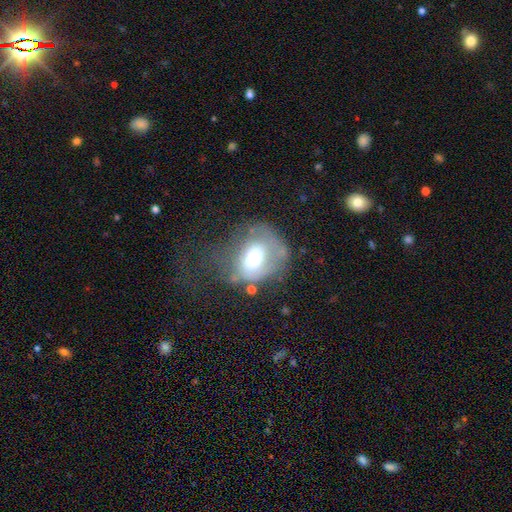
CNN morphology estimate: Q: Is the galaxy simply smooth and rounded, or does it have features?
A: smooth — 55%.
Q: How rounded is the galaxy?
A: in between — 53%.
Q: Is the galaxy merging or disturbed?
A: major disturbance — 36%.